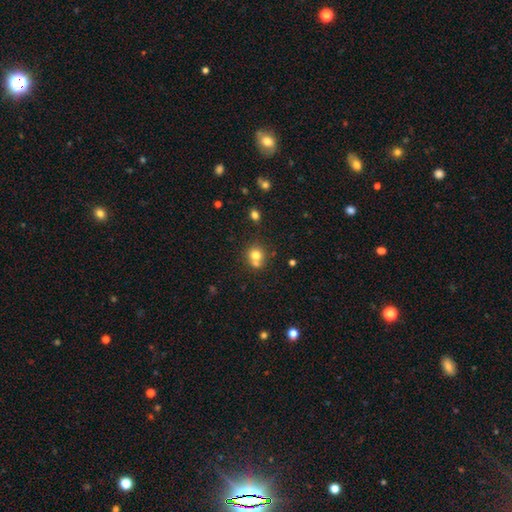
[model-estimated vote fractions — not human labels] Smooth or featured?
  - smooth: 75% *
  - star or artifact: 13%
  - featured or disk: 13%
How rounded?
  - round: 80% *
  - in between: 19%
  - cigar-shaped: 1%
Merging?
  - none: 47% *
  - merger: 40%
  - minor disturbance: 10%
  - major disturbance: 4%